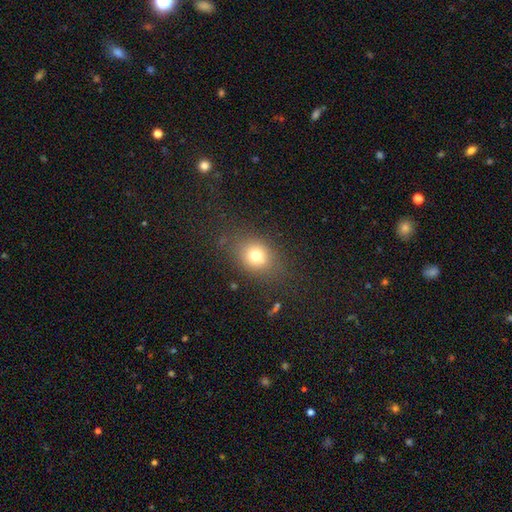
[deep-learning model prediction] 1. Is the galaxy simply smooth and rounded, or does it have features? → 75% smooth, 14% star or artifact, 12% featured or disk.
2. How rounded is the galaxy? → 55% round, 43% in between, 1% cigar-shaped.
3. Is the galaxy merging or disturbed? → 75% none, 14% minor disturbance, 8% major disturbance, 3% merger.